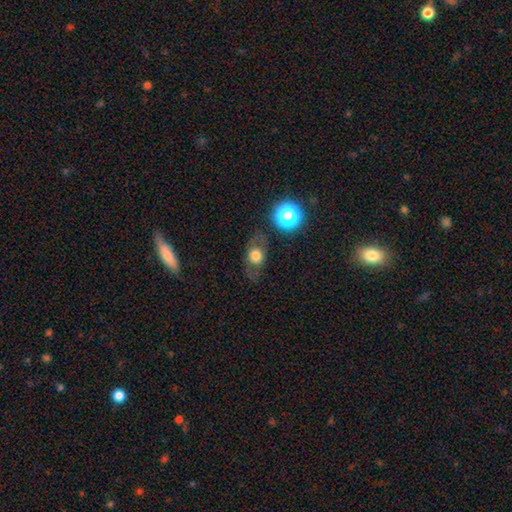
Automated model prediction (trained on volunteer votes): Smooth or featured?
  - smooth: 64% *
  - featured or disk: 23%
  - star or artifact: 13%
How rounded?
  - round: 51% *
  - in between: 46%
  - cigar-shaped: 3%
Merging?
  - none: 69% *
  - minor disturbance: 17%
  - major disturbance: 11%
  - merger: 3%